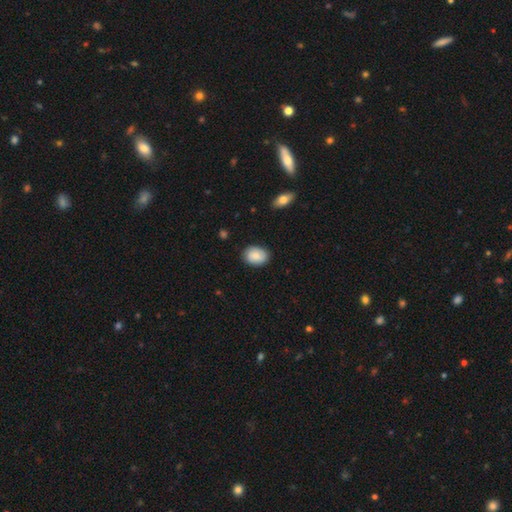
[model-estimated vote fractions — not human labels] Smooth or featured? Predicted: smooth (p=0.84). How rounded? Predicted: in between (p=0.71). Merging? Predicted: none (p=0.86).